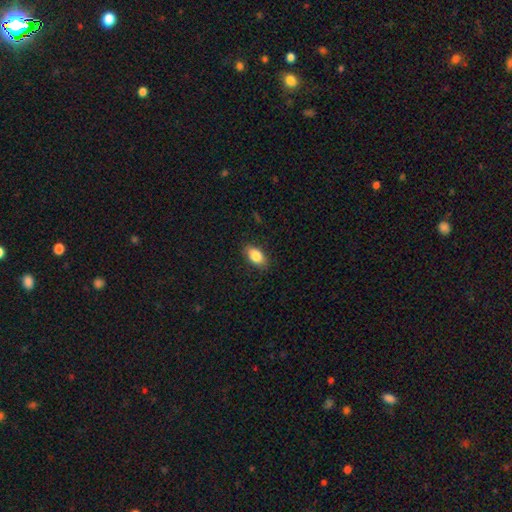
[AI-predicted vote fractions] A smooth galaxy with no disk features (85%) that is in between round and cigar-shaped (90%). Merging: none (86%).